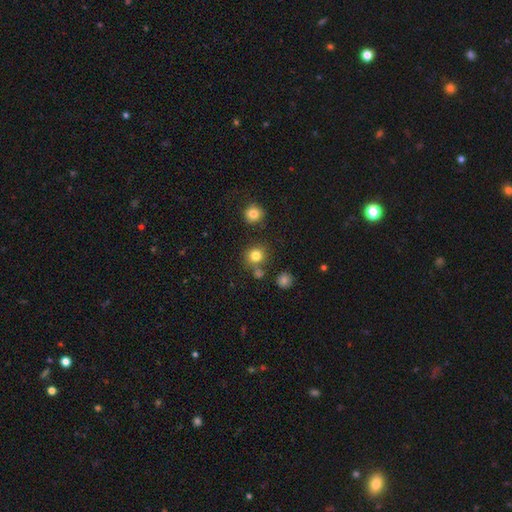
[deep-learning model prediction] smooth_or_featured: smooth (p=0.80) [alt: star or artifact p=0.14]
how_rounded: round (p=0.87) [alt: in between p=0.12]
merging: none (p=0.75) [alt: merger p=0.12]